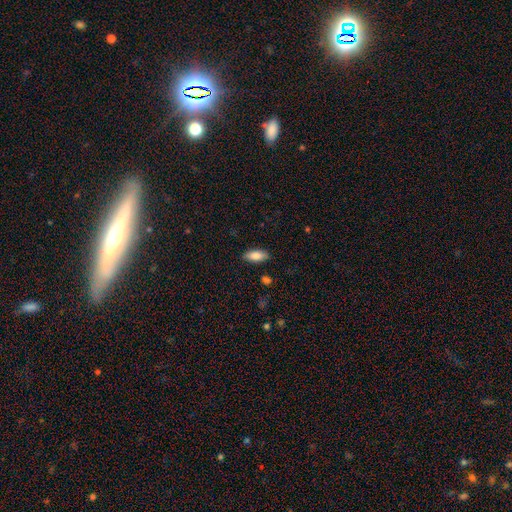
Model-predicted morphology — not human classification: The model was most divided on "smooth or featured": smooth: 81%, featured or disk: 13%, star or artifact: 7%. More confident: merging — none (86%); how rounded — in between (83%).